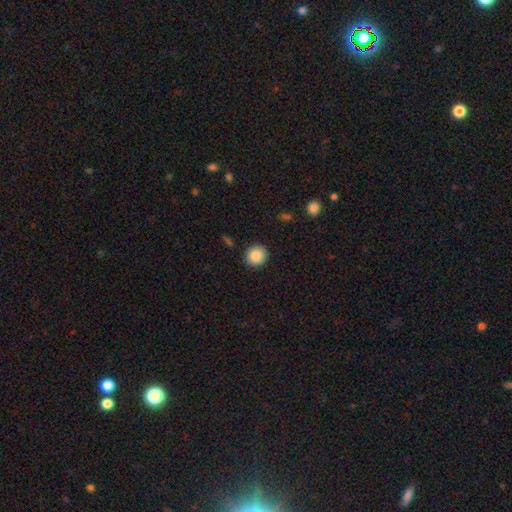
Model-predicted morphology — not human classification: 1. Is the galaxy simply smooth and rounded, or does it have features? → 87% smooth, 8% star or artifact, 5% featured or disk.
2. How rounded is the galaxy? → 90% round, 9% in between, 1% cigar-shaped.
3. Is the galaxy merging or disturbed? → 91% none, 5% minor disturbance, 2% major disturbance, 1% merger.